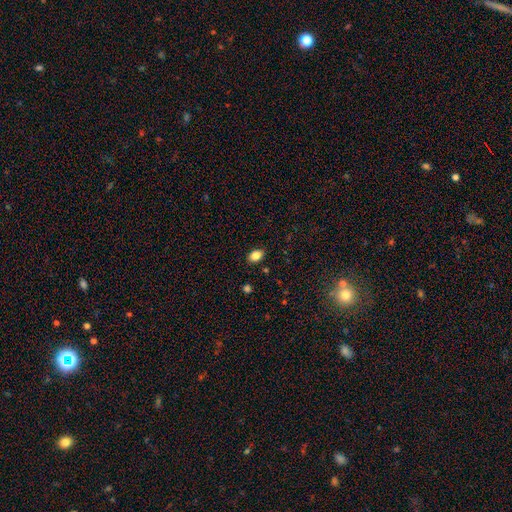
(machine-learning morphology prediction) A smooth galaxy with no disk features (84%) that is in between round and cigar-shaped (83%). Merging: none (87%).